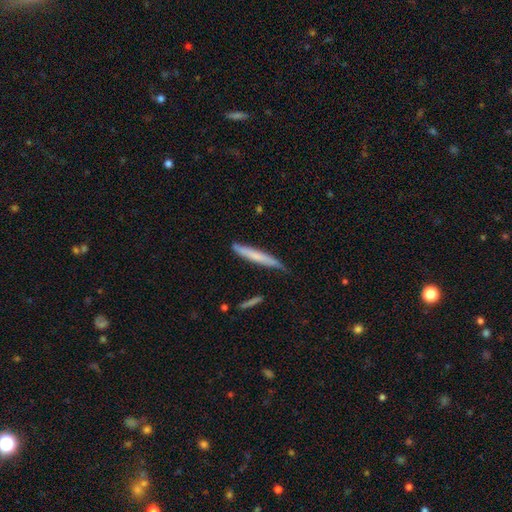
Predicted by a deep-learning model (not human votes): Smooth or featured? smooth (64%)
How rounded? cigar-shaped (95%)
Merging? none (72%)